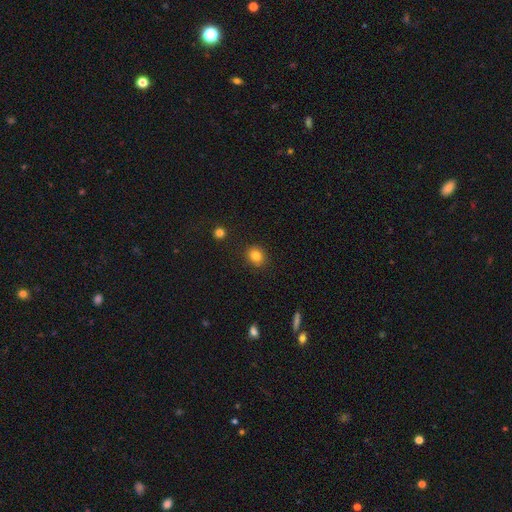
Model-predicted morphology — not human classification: Smooth or featured? smooth (83%)
How rounded? round (74%)
Merging? none (88%)